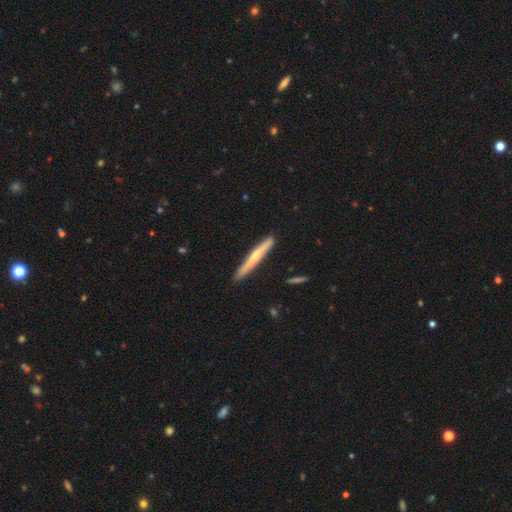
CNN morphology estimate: A featured or disk galaxy (51%) viewed edge-on (96%).

Vote fractions:
- Smooth or featured? featured or disk: 51% / smooth: 43% / star or artifact: 5%
- Edge-on disk? yes: 96% / no: 4%
- Merging? none: 89% / minor disturbance: 8% / major disturbance: 1% / merger: 1%